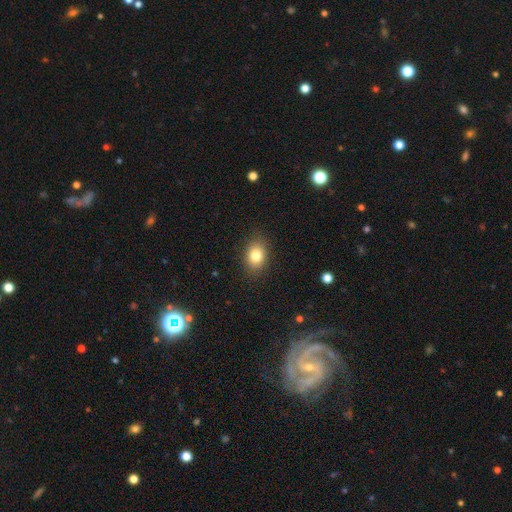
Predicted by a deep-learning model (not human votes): The model was most divided on "how rounded": in between: 72%, round: 26%, cigar-shaped: 1%. More confident: merging — none (87%); smooth or featured — smooth (82%).